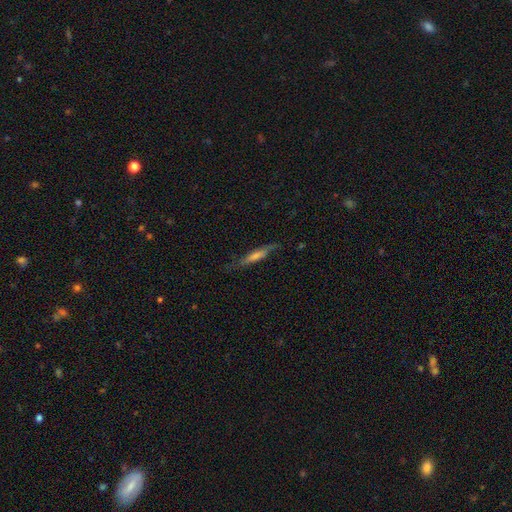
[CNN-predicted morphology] This is possibly a featured or disk galaxy (49%). Merging: likely none (75%).